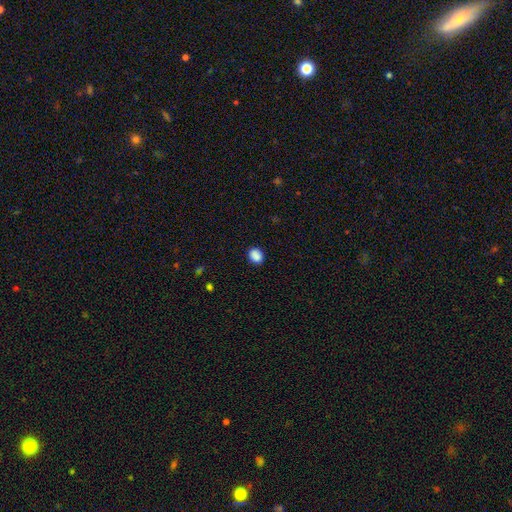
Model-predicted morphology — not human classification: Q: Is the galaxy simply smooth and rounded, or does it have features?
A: smooth — 89%.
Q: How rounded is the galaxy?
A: in between — 51%.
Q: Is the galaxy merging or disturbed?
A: none — 88%.